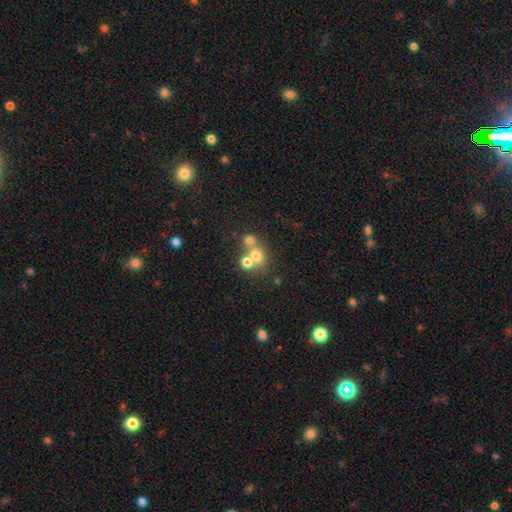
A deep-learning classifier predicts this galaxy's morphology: type=smooth (66%); roundness=round (74%); merging=merger (48%).